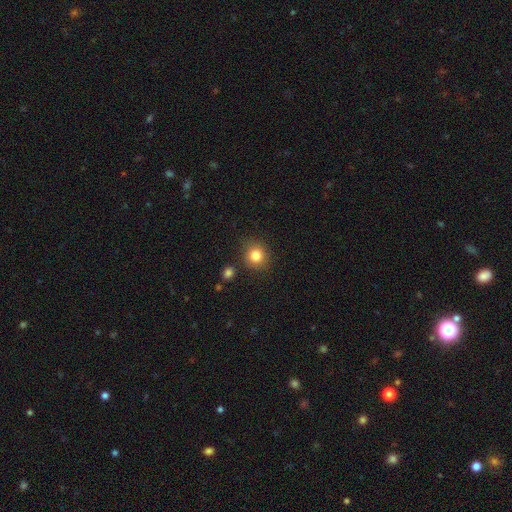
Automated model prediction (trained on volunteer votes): Smooth or featured: smooth — 83% (star or artifact — 11%)
How rounded: round — 87% (in between — 12%)
Merging: none — 84% (minor disturbance — 9%)